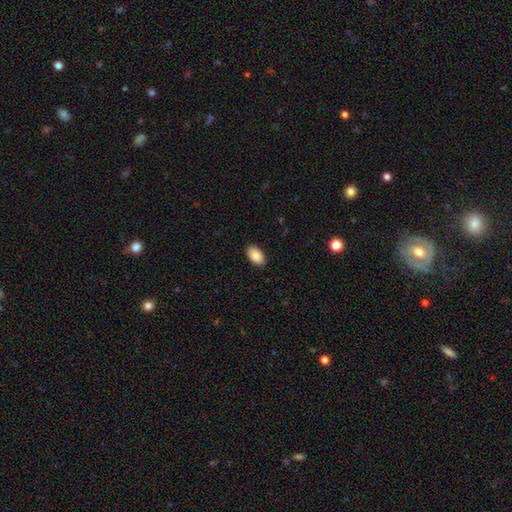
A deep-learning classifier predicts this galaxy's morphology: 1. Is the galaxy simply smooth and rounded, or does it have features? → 90% smooth, 7% star or artifact, 3% featured or disk.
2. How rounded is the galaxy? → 94% in between, 5% round, 1% cigar-shaped.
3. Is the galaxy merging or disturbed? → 89% none, 8% minor disturbance, 2% major disturbance, 1% merger.